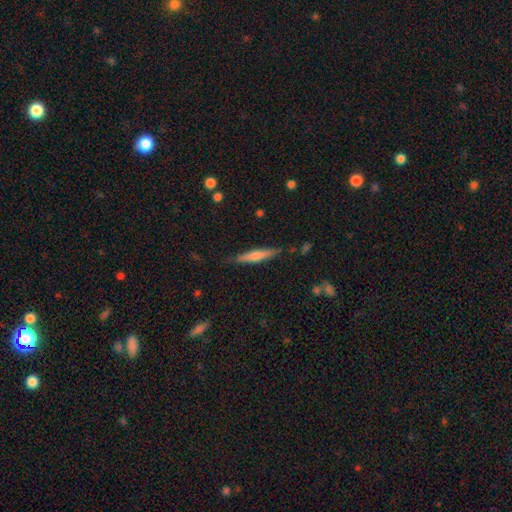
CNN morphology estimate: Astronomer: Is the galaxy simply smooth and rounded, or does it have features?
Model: smooth — 59% (runner-up: featured or disk, 35%).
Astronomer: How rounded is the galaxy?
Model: cigar-shaped — 91%.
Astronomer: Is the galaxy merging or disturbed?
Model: none — 83%.